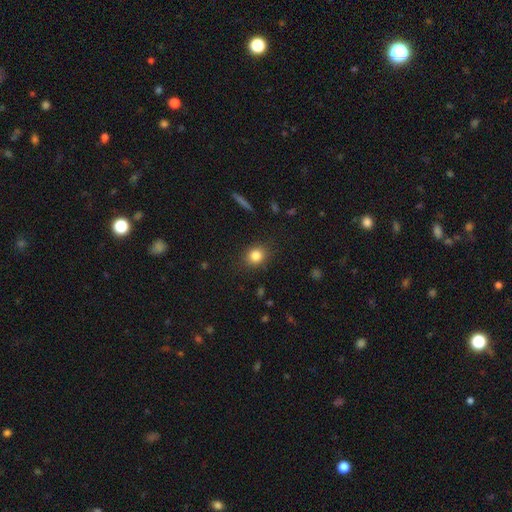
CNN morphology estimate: smooth-or-featured: smooth: 83% | star or artifact: 11% | featured or disk: 6%
  how-rounded: round: 73% | in between: 26% | cigar-shaped: 1%
  merging: none: 86% | minor disturbance: 10% | major disturbance: 3% | merger: 1%